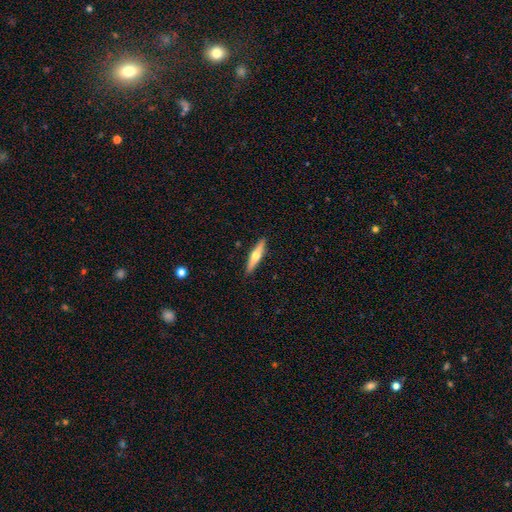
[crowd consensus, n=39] A featured or disk galaxy (54%) viewed edge-on (95%) with a rounded central bulge (95%).

Vote fractions:
- Smooth or featured? featured or disk: 54% / smooth: 41% / star or artifact: 5%
- Edge-on disk? yes: 95% / no: 5%
- Edge-on bulge? rounded: 95% / none: 5% / boxy: 0%
- Merging? none: 92% / minor disturbance: 5% / merger: 3% / major disturbance: 0%